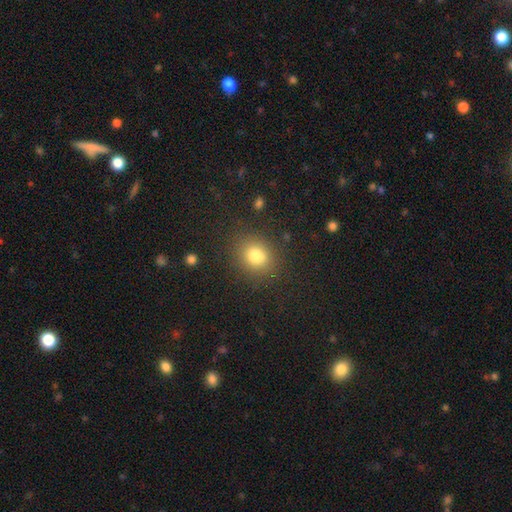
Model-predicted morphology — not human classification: The model was most divided on "how rounded": round: 62%, in between: 37%, cigar-shaped: 1%. More confident: merging — none (83%); smooth or featured — smooth (80%).